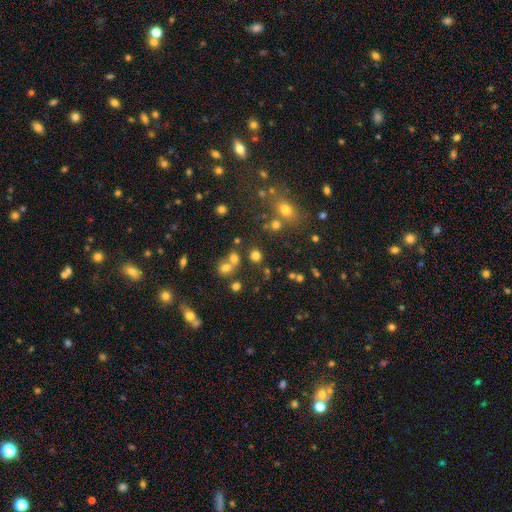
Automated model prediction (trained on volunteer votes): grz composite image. It shows a smooth galaxy with no disk features (72%) that is round (82%). Merging: none (69%).